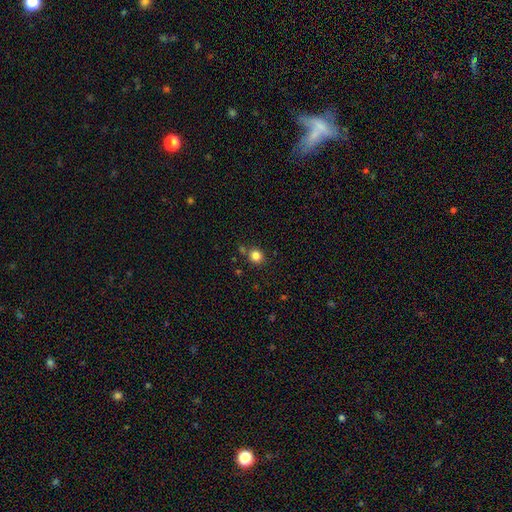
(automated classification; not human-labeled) Smooth or featured: smooth — 83% (star or artifact — 13%)
How rounded: round — 87% (in between — 12%)
Merging: none — 78% (minor disturbance — 10%)